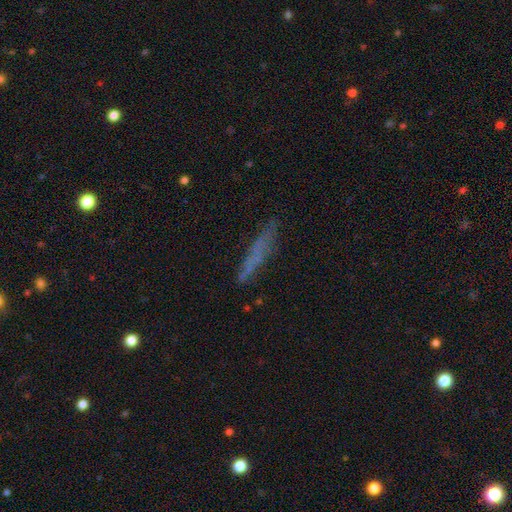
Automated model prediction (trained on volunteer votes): smooth_or_featured: smooth (p=0.56) [alt: featured or disk p=0.33]
how_rounded: cigar-shaped (p=0.91) [alt: in between p=0.07]
merging: none (p=0.77) [alt: minor disturbance p=0.16]